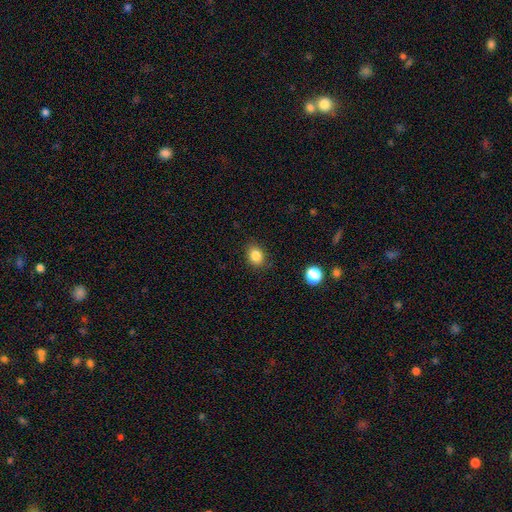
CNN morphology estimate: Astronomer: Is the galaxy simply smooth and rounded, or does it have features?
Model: smooth — 85%.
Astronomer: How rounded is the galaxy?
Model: round — 53% (runner-up: in between, 46%).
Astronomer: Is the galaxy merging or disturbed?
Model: none — 84%.